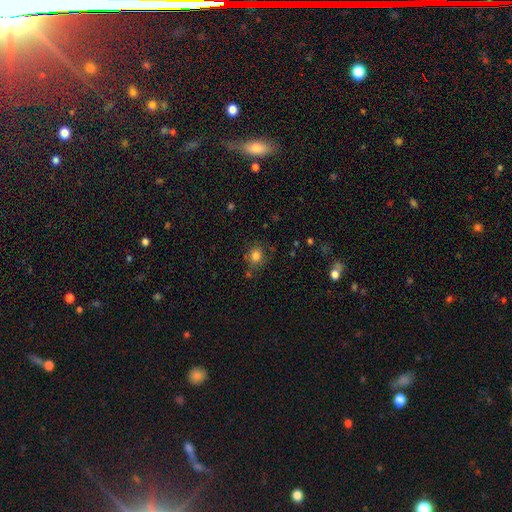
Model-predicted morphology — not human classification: The model was most divided on "how rounded": round: 68%, in between: 31%, cigar-shaped: 1%. More confident: smooth or featured — smooth (81%); merging — none (74%).